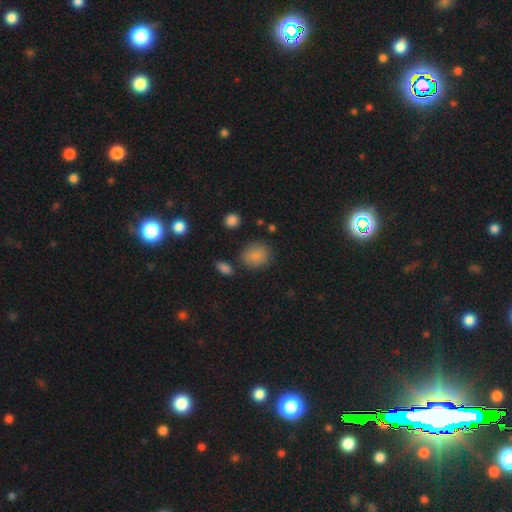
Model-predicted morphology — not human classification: This appears to be a smooth galaxy with no disk features (85%) that is round (61%). Merging: none (79%).